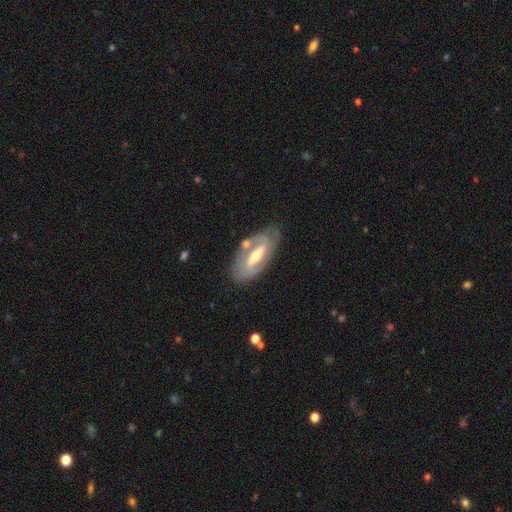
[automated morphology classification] This appears to be a featured or disk galaxy (77%) with a strong bar (40%), 2 (66%) tight (47%) spiral arms (78%) and a moderate central bulge (60%). Merging: none (72%).